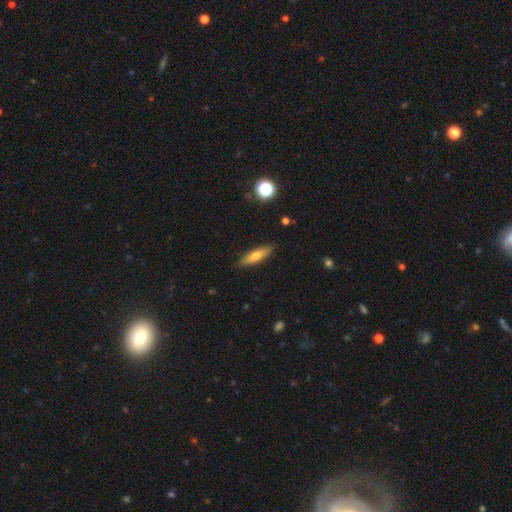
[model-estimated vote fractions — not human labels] A smooth galaxy with no disk features (67%) that is cigar-shaped (65%). Merging: none (88%).